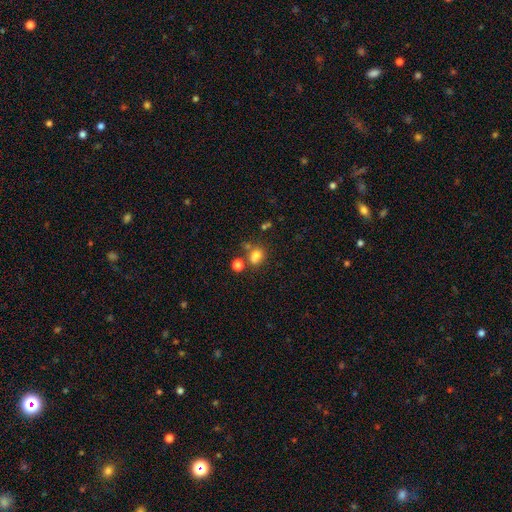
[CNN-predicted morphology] Q: Smooth or featured?
A: smooth (77%); runner-up: star or artifact (14%)
Q: How rounded?
A: round (51%); runner-up: in between (47%)
Q: Merging?
A: none (58%); runner-up: merger (20%)